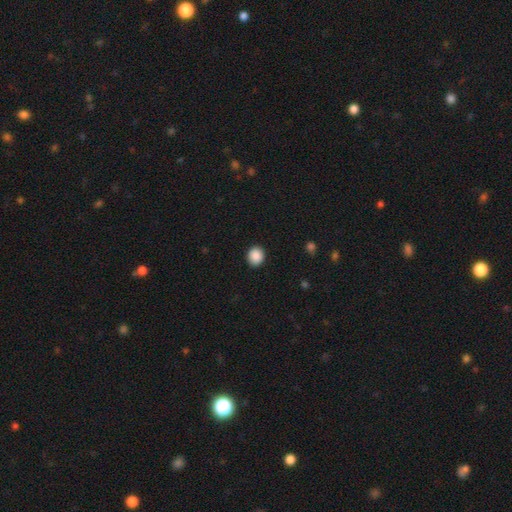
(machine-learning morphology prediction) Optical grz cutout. It shows a smooth galaxy with no disk features (89%) that is round (75%). Merging: none (90%).